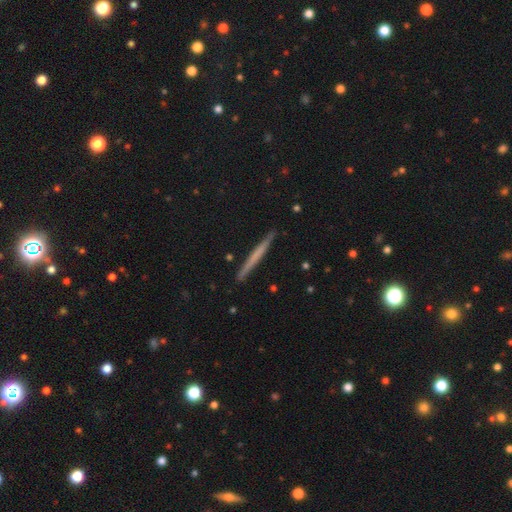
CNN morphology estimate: smooth-or-featured: smooth: 52% | featured or disk: 42% | star or artifact: 5%
  how-rounded: cigar-shaped: 97% | in between: 2% | round: 1%
  merging: none: 91% | minor disturbance: 7% | major disturbance: 1% | merger: 1%